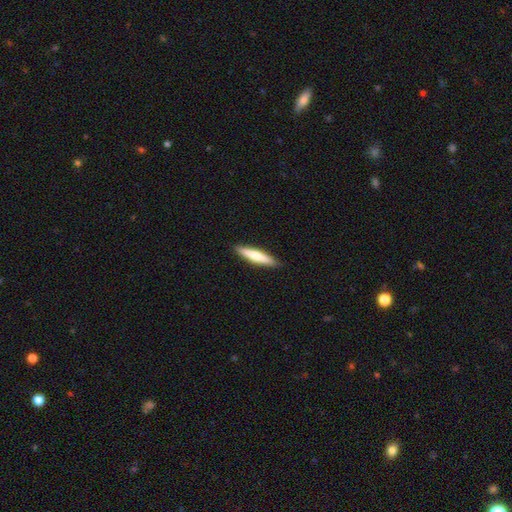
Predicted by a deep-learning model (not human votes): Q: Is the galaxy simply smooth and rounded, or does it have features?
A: smooth — 68%.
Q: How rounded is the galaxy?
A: cigar-shaped — 88%.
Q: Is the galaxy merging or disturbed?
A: none — 90%.